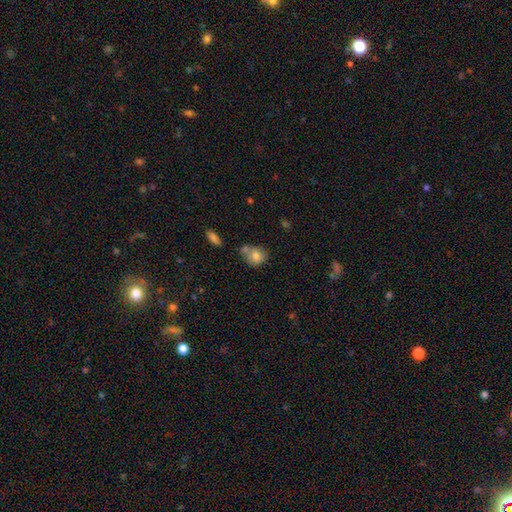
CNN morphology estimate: Q: Smooth or featured?
A: smooth (77%); runner-up: featured or disk (14%)
Q: How rounded?
A: round (52%); runner-up: in between (47%)
Q: Merging?
A: none (44%); runner-up: merger (30%)